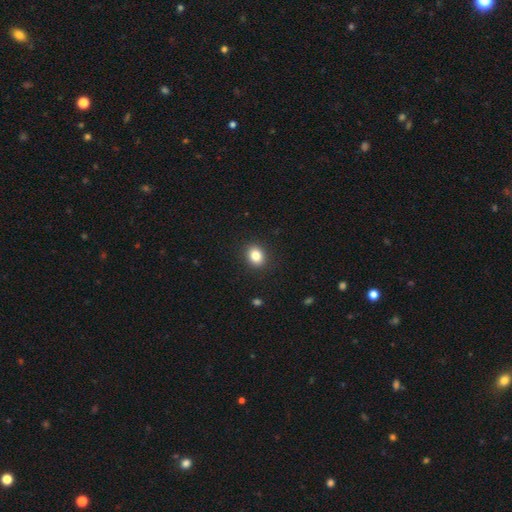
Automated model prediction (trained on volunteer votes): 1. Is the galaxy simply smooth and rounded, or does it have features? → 84% smooth, 10% star or artifact, 6% featured or disk.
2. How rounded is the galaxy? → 50% round, 49% in between, 1% cigar-shaped.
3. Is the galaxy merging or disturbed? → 90% none, 7% minor disturbance, 2% major disturbance, 1% merger.